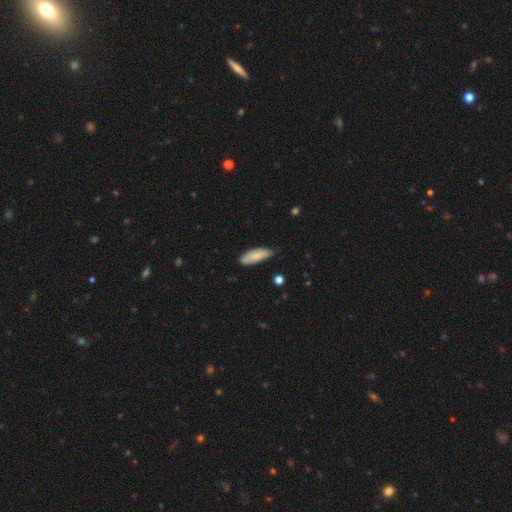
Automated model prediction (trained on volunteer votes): Smooth or featured? Predicted: smooth (p=0.85). How rounded? Predicted: in between (p=0.69). Merging? Predicted: none (p=0.67).